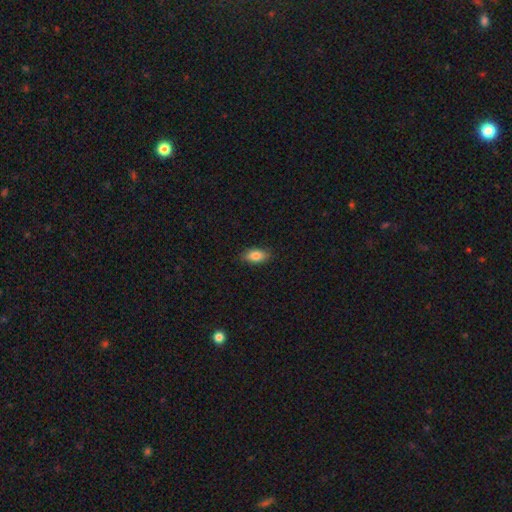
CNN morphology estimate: type=smooth (84%); roundness=in between (89%); merging=none (86%).